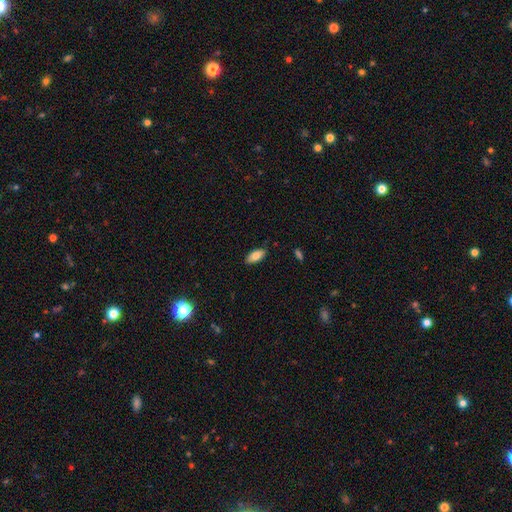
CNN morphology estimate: Smooth or featured: smooth — 82% (featured or disk — 12%)
How rounded: in between — 90% (cigar-shaped — 8%)
Merging: none — 85% (minor disturbance — 11%)